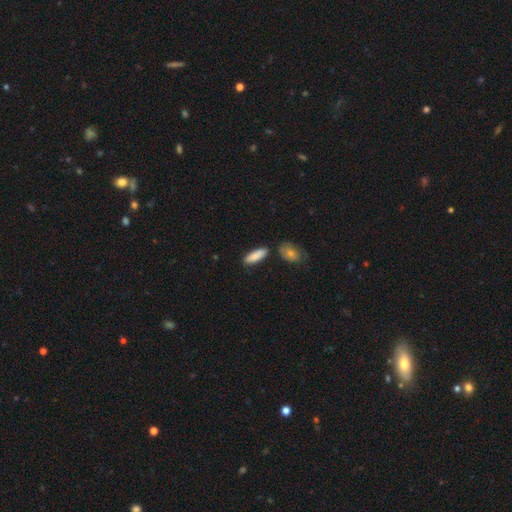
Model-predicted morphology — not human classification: A smooth galaxy with no disk features (84%) that is in between round and cigar-shaped (56%). Merging: none (74%).